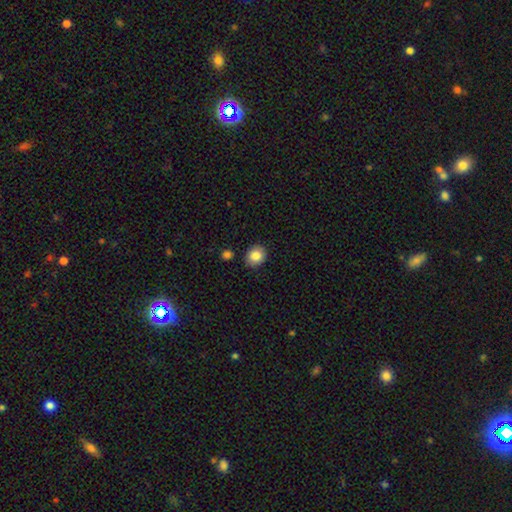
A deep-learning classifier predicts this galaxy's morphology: Smooth or featured: smooth — 86% (star or artifact — 8%)
How rounded: round — 73% (in between — 26%)
Merging: none — 86% (minor disturbance — 9%)